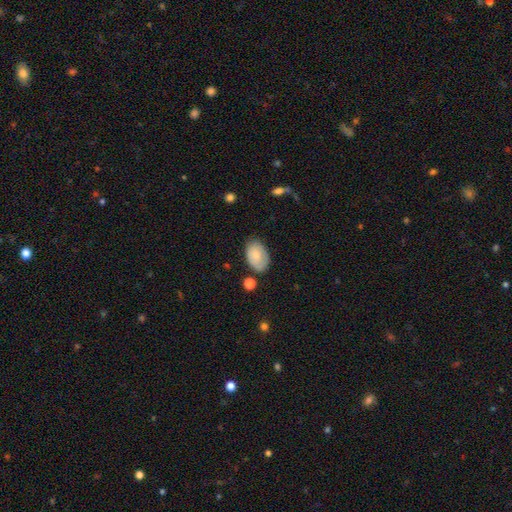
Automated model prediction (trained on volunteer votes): Overall: smooth (77%). How rounded: in between (91%). Merging: none (72%).